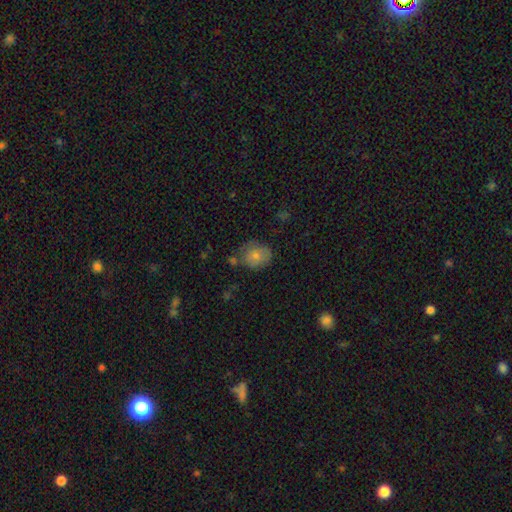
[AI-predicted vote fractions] smooth 72%, featured or disk 18%, star or artifact 10%. Down the decision tree: how rounded — round (67%); merging — none (65%).